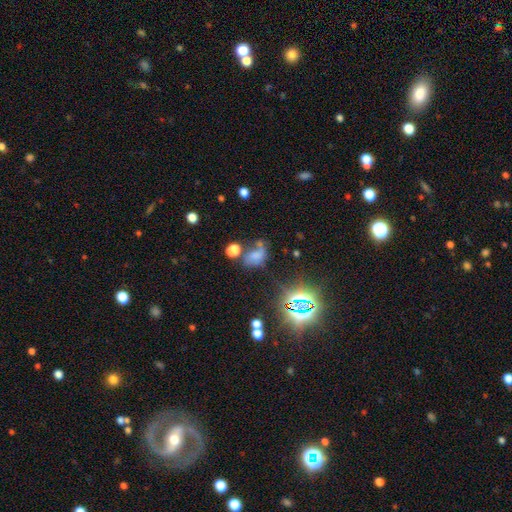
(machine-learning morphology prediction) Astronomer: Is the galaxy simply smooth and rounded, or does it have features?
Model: smooth — 48% (runner-up: star or artifact, 28%).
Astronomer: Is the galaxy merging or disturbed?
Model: none — 31% (runner-up: merger, 24%).